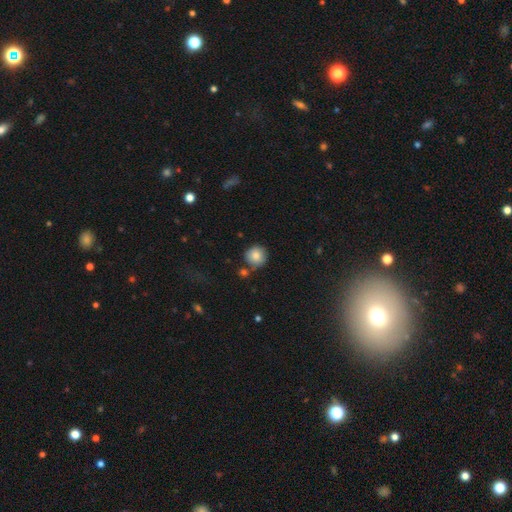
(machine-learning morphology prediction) smooth-or-featured: smooth: 83% | star or artifact: 9% | featured or disk: 8%
  how-rounded: round: 93% | in between: 6% | cigar-shaped: 1%
  merging: none: 74% | minor disturbance: 13% | merger: 10% | major disturbance: 3%